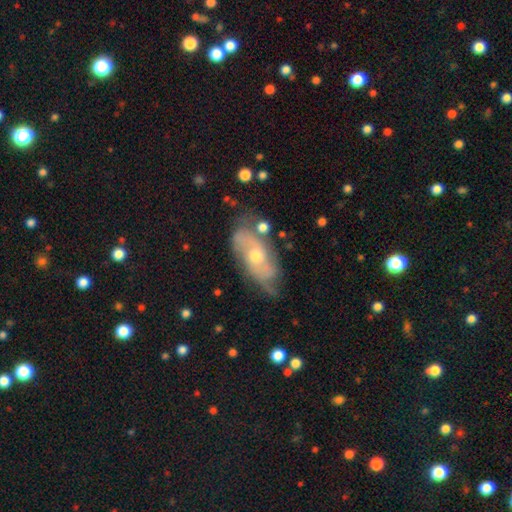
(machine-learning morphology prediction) Smooth or featured? Predicted: featured or disk (p=0.71). Edge-on disk? Predicted: no (p=0.88). Bar? Predicted: no (p=0.71). Spiral arms? Predicted: yes (p=0.82). Spiral winding? Predicted: medium (p=0.40). Spiral arm count? Predicted: 2 (p=0.54). Bulge size? Predicted: moderate (p=0.64). Merging? Predicted: none (p=0.58).